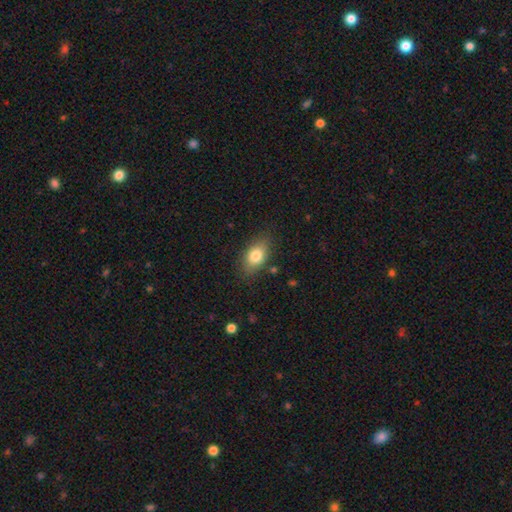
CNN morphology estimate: Smooth or featured: smooth — 80% (featured or disk — 12%)
How rounded: in between — 86% (round — 11%)
Merging: none — 81% (minor disturbance — 14%)